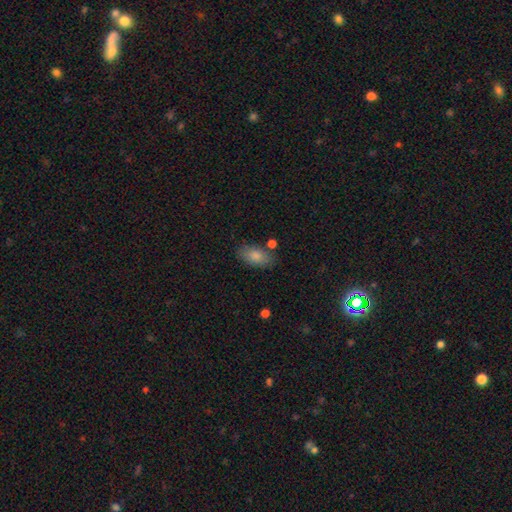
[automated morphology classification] Smooth or featured? Predicted: smooth (p=0.83). How rounded? Predicted: in between (p=0.92). Merging? Predicted: none (p=0.76).